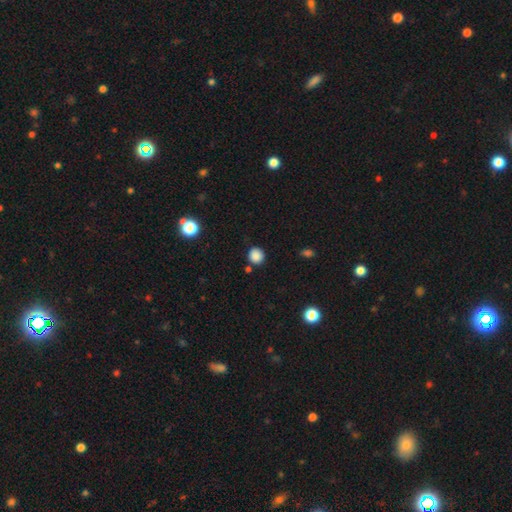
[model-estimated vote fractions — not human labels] A smooth galaxy with no disk features (86%) that is round (90%).

Vote fractions:
- Smooth or featured? smooth: 86% / star or artifact: 11% / featured or disk: 3%
- How rounded? round: 90% / in between: 9% / cigar-shaped: 1%
- Merging? none: 84% / minor disturbance: 8% / merger: 5% / major disturbance: 3%